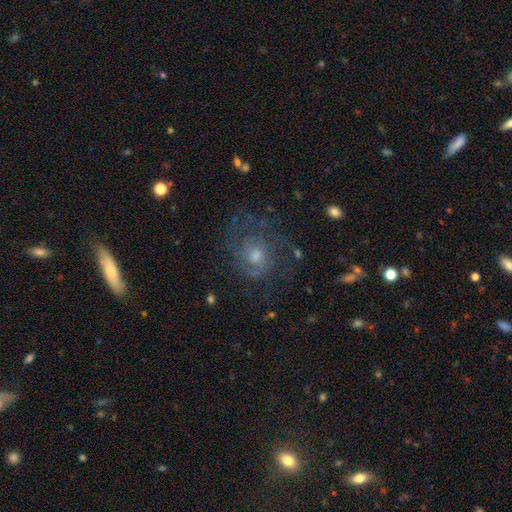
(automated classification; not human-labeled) Smooth or featured: featured or disk — 65% (smooth — 23%)
Edge-on disk: no — 97% (yes — 3%)
Bar: no — 74% (weak — 23%)
Spiral arms: yes — 81% (no — 19%)
Spiral winding: tight — 46% (medium — 38%)
Spiral arm count: can't tell — 44% (2 — 23%)
Bulge size: moderate — 54% (small — 36%)
Merging: none — 60% (major disturbance — 19%)